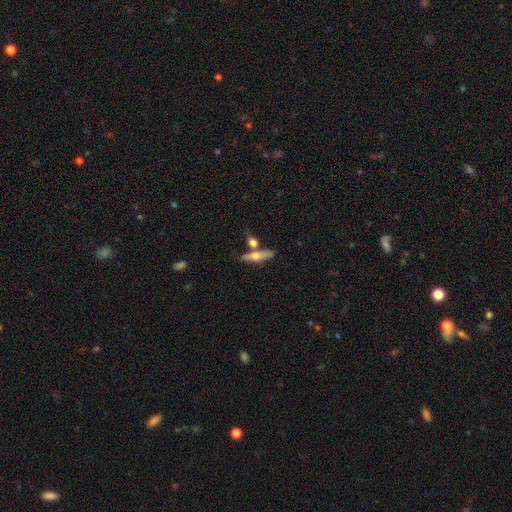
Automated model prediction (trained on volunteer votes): Smooth or featured: smooth — 50% (featured or disk — 44%)
Merging: none — 62% (merger — 23%)